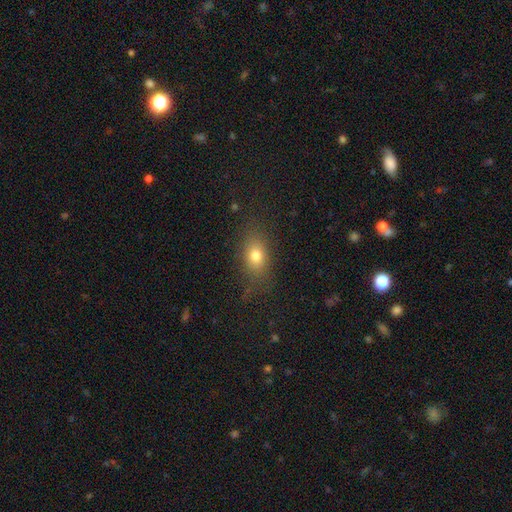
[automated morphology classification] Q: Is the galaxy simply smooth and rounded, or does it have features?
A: smooth — 76%.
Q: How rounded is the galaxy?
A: in between — 72%.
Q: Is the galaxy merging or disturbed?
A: none — 79%.